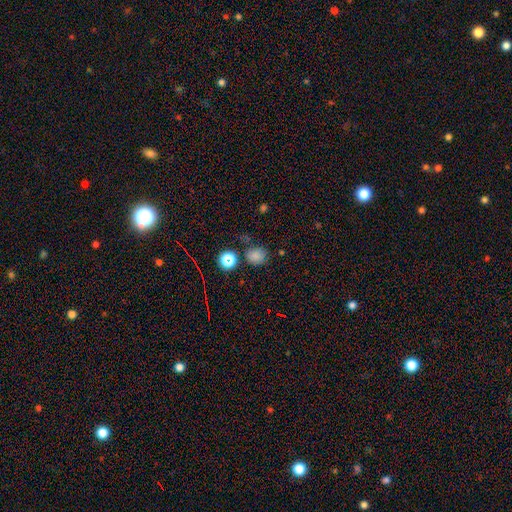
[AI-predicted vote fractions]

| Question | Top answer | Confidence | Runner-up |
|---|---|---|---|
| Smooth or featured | smooth | 72% | star or artifact (22%) |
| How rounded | round | 66% | in between (33%) |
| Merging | none | 70% | minor disturbance (18%) |